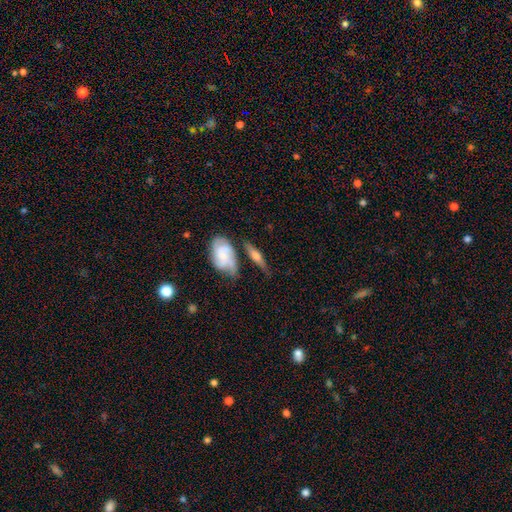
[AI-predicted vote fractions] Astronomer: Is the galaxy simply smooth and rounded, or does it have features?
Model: featured or disk — 51% (runner-up: smooth, 43%).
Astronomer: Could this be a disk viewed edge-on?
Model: yes — 74%.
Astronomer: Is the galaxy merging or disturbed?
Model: none — 61%.